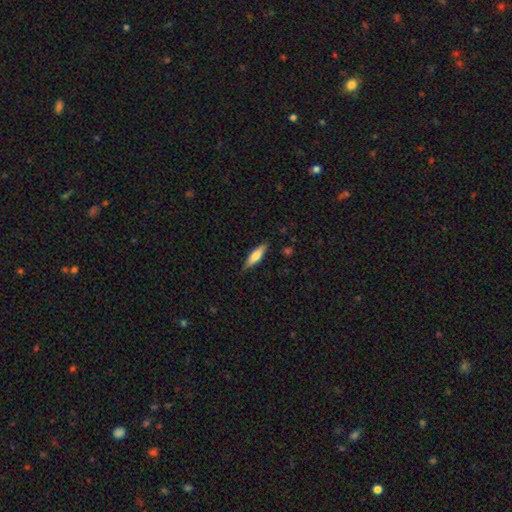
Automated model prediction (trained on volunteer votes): Smooth or featured? smooth (63%)
How rounded? cigar-shaped (65%)
Merging? none (85%)